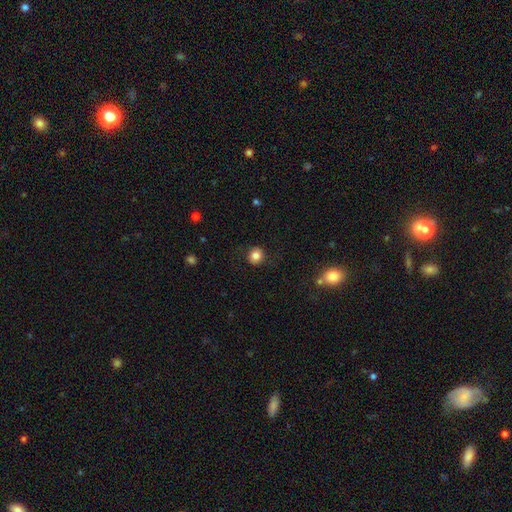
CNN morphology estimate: Smooth or featured: smooth — 83% (star or artifact — 11%)
How rounded: round — 84% (in between — 15%)
Merging: none — 87% (minor disturbance — 9%)